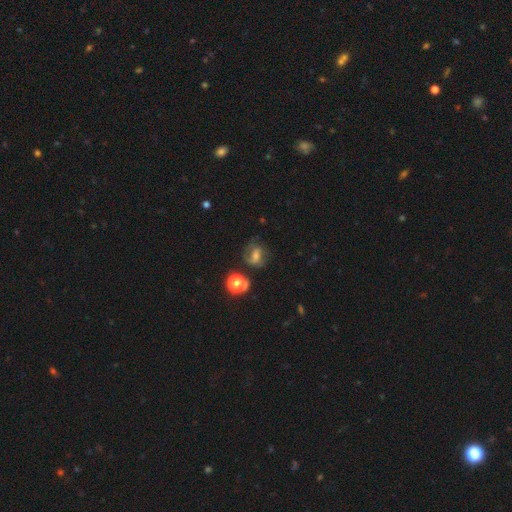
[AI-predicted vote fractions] Smooth or featured? smooth (43%)
Merging? none (57%)